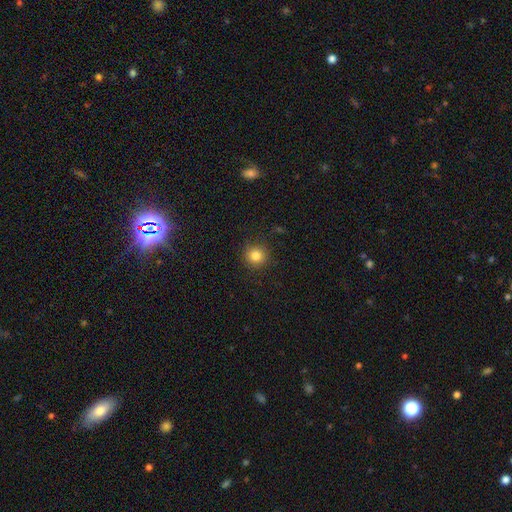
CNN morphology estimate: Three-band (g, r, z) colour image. It shows a smooth galaxy with no disk features (83%) that is round (93%). Merging: none (90%).